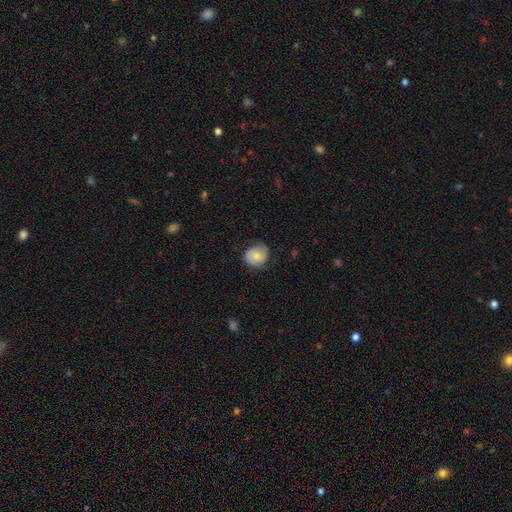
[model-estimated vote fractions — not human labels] This appears to be a smooth galaxy with no disk features (71%) that is round (71%). Merging: none (70%).